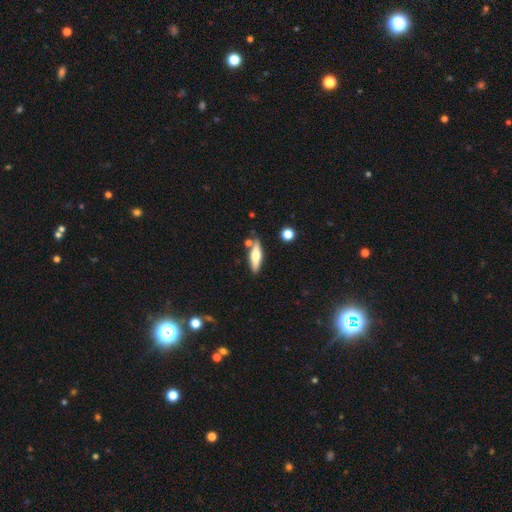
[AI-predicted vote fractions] Smooth or featured?
  - smooth: 52% *
  - featured or disk: 42%
  - star or artifact: 6%
How rounded?
  - cigar-shaped: 63% *
  - in between: 35%
  - round: 3%
Merging?
  - none: 78% *
  - minor disturbance: 12%
  - merger: 7%
  - major disturbance: 3%